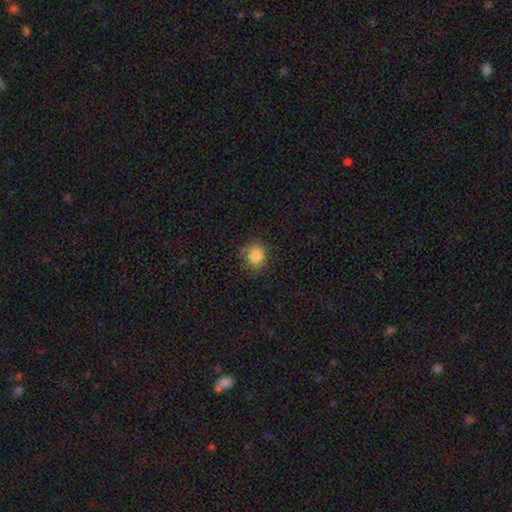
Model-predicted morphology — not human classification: A smooth galaxy with no disk features (85%) that is round (75%).

Vote fractions:
- Smooth or featured? smooth: 85% / star or artifact: 10% / featured or disk: 5%
- How rounded? round: 75% / in between: 24% / cigar-shaped: 1%
- Merging? none: 80% / minor disturbance: 14% / major disturbance: 4% / merger: 2%